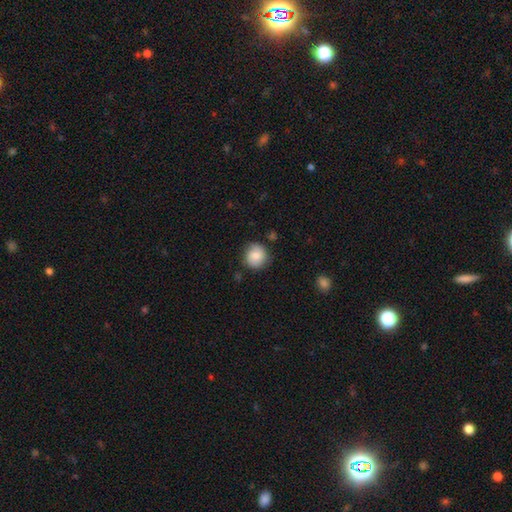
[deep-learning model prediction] A smooth galaxy with no disk features (78%) that is round (87%).

Vote fractions:
- Smooth or featured? smooth: 78% / featured or disk: 14% / star or artifact: 8%
- How rounded? round: 87% / in between: 12% / cigar-shaped: 1%
- Merging? none: 79% / minor disturbance: 16% / major disturbance: 4% / merger: 2%